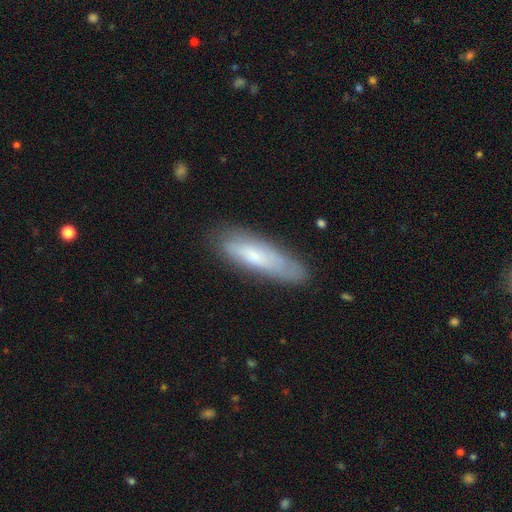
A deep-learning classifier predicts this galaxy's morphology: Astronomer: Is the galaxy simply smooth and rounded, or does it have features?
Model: smooth — 58% (runner-up: featured or disk, 35%).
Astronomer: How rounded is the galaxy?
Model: cigar-shaped — 63%.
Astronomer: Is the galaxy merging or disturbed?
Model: none — 72%.